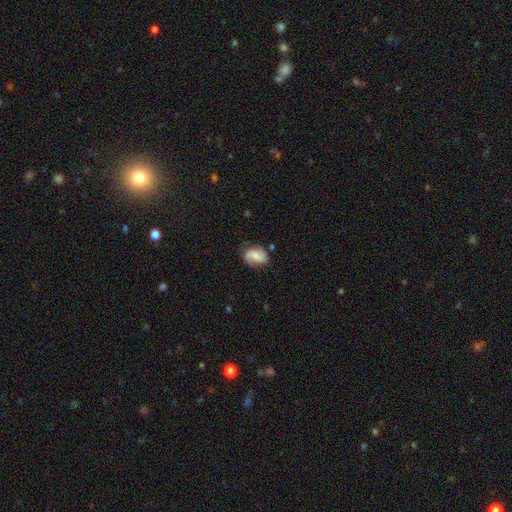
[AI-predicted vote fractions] featured or disk 57%, smooth 35%, star or artifact 8%. Down the decision tree: edge-on disk — no (97%); bar — no (48%); spiral arms — yes (91%); spiral arm count — 2 (81%); spiral winding — medium (40%); bulge size — small (38%); merging — none (67%).